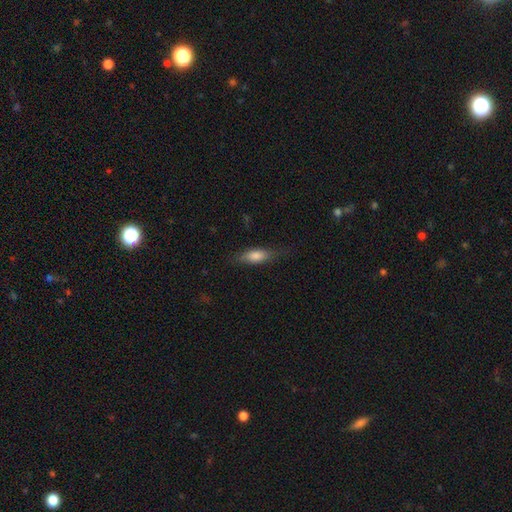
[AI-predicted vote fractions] A smooth galaxy with no disk features (72%) that is in between round and cigar-shaped (64%).

Vote fractions:
- Smooth or featured? smooth: 72% / featured or disk: 21% / star or artifact: 7%
- How rounded? in between: 64% / cigar-shaped: 33% / round: 3%
- Merging? none: 70% / minor disturbance: 22% / major disturbance: 7% / merger: 1%